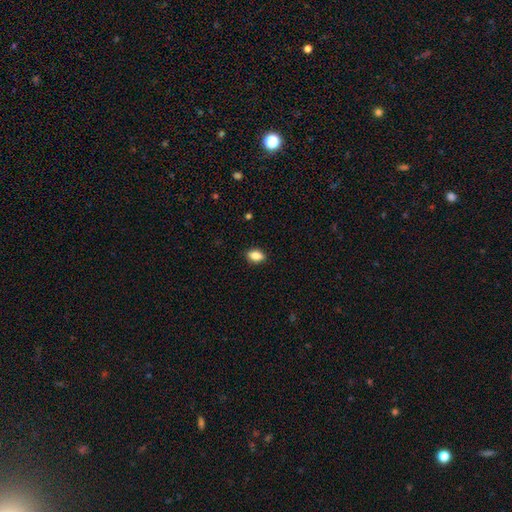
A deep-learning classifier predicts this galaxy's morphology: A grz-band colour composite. It shows a smooth galaxy with no disk features (86%) that is in between round and cigar-shaped (85%). Merging: none (88%).